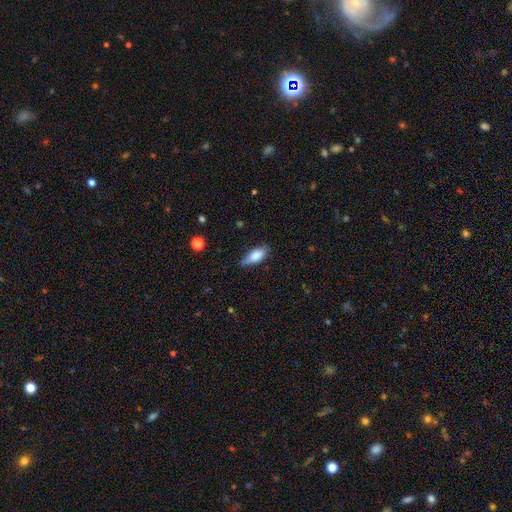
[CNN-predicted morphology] This appears to be a smooth galaxy with no disk features (77%) that is in between round and cigar-shaped (79%). Merging: none (63%).